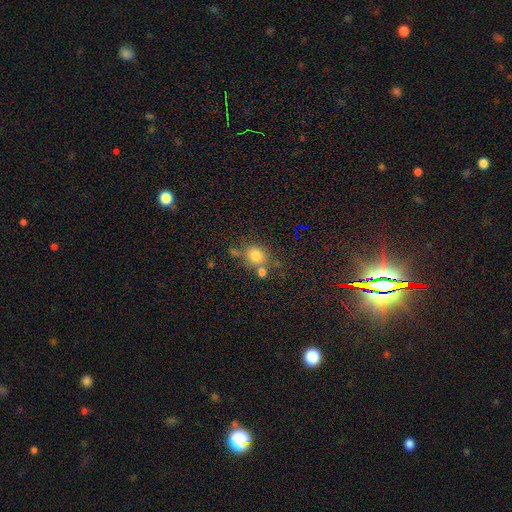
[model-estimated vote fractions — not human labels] Smooth or featured? Predicted: smooth (p=0.78). How rounded? Predicted: round (p=0.76). Merging? Predicted: none (p=0.60).